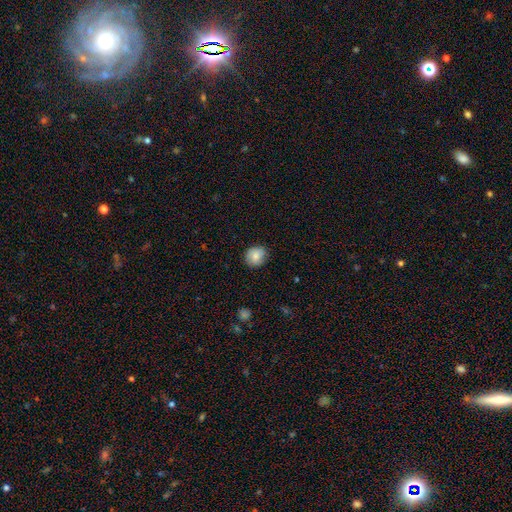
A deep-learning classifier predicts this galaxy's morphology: Q: Smooth or featured?
A: smooth (82%); runner-up: featured or disk (10%)
Q: How rounded?
A: round (77%); runner-up: in between (22%)
Q: Merging?
A: none (82%); runner-up: minor disturbance (14%)